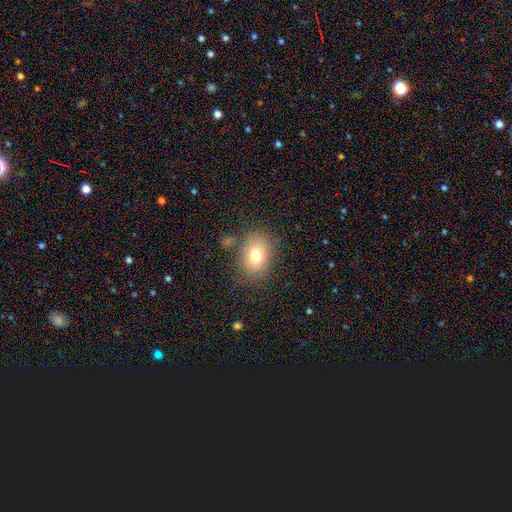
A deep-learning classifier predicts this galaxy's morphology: Q: Smooth or featured?
A: smooth (75%); runner-up: featured or disk (14%)
Q: How rounded?
A: in between (63%); runner-up: round (36%)
Q: Merging?
A: none (78%); runner-up: minor disturbance (13%)